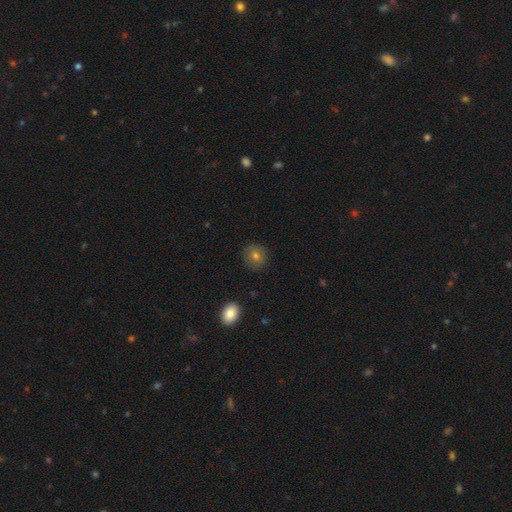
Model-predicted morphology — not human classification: Overall: smooth (75%). How rounded: round (87%). Merging: none (88%).